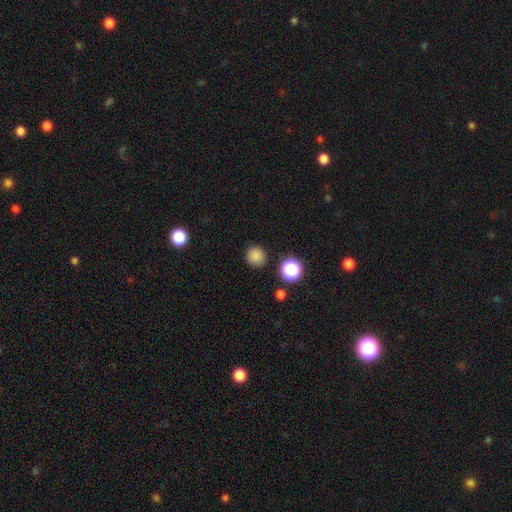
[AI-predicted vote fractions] smooth 83%, star or artifact 13%, featured or disk 4%. Down the decision tree: how rounded — round (92%); merging — none (88%).